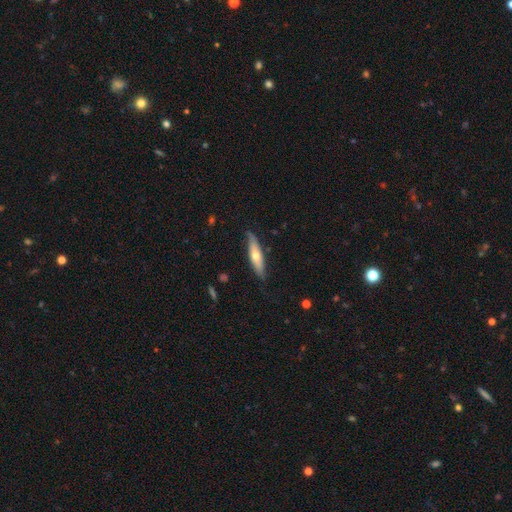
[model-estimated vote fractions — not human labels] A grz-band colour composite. It shows a smooth galaxy with no disk features (52%) that is cigar-shaped (69%). Merging: none (76%).